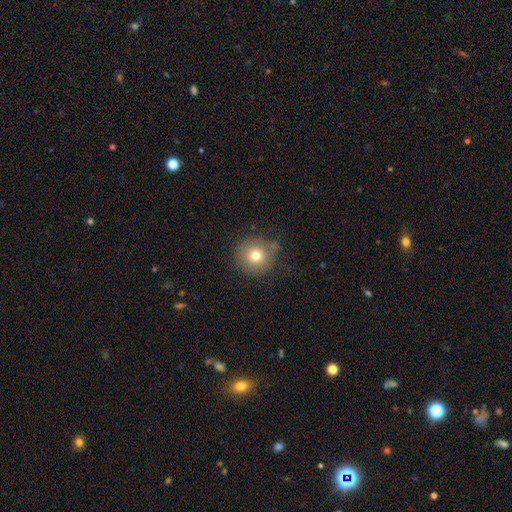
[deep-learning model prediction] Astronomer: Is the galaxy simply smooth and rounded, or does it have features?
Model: smooth — 74%.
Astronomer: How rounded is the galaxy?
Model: round — 92%.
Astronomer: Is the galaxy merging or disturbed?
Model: none — 72%.